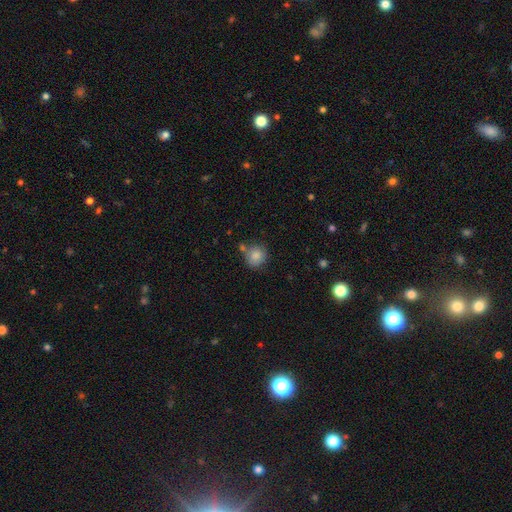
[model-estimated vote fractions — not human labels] Q: Smooth or featured?
A: smooth (85%); runner-up: star or artifact (9%)
Q: How rounded?
A: round (86%); runner-up: in between (13%)
Q: Merging?
A: none (69%); runner-up: minor disturbance (16%)